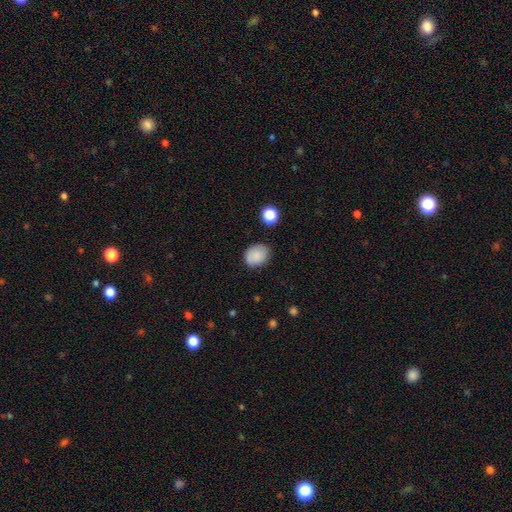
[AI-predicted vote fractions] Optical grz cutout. It shows a smooth galaxy with no disk features (85%) that is in between round and cigar-shaped (52%). Merging: none (79%).